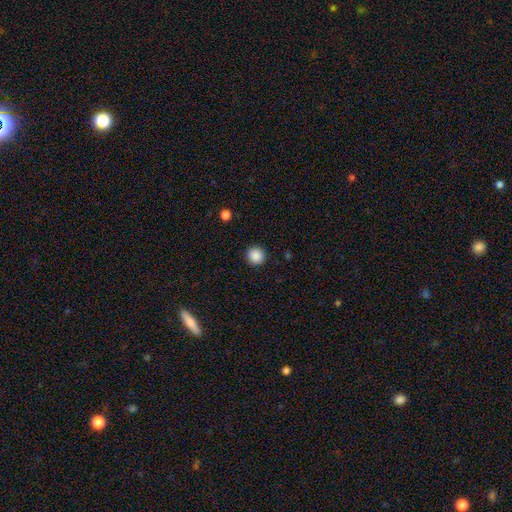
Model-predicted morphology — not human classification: Smooth or featured: smooth — 88% (star or artifact — 9%)
How rounded: round — 95% (in between — 4%)
Merging: none — 93% (minor disturbance — 4%)